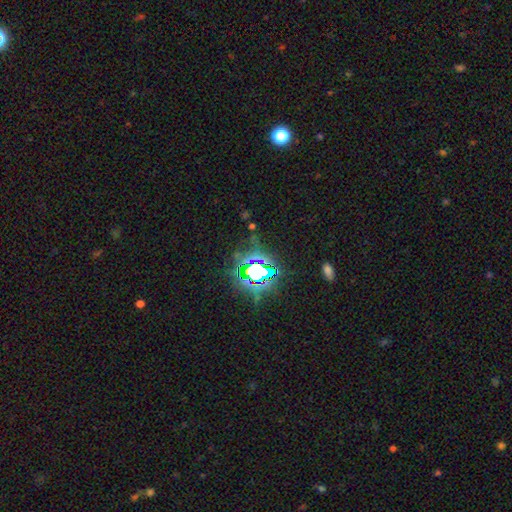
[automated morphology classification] A star or artifact, not a galaxy (80%).